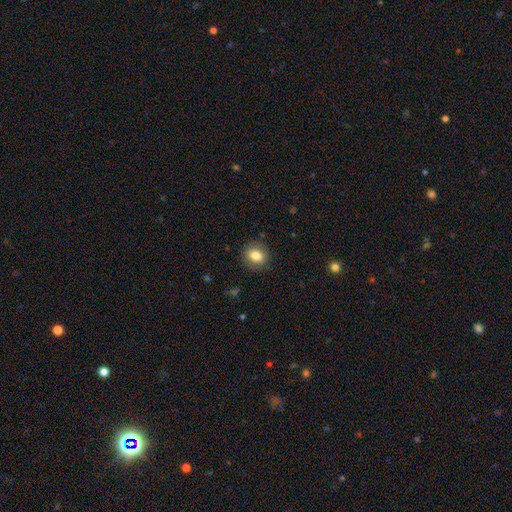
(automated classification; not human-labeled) Smooth or featured? Predicted: smooth (p=0.81). How rounded? Predicted: round (p=0.59). Merging? Predicted: none (p=0.87).